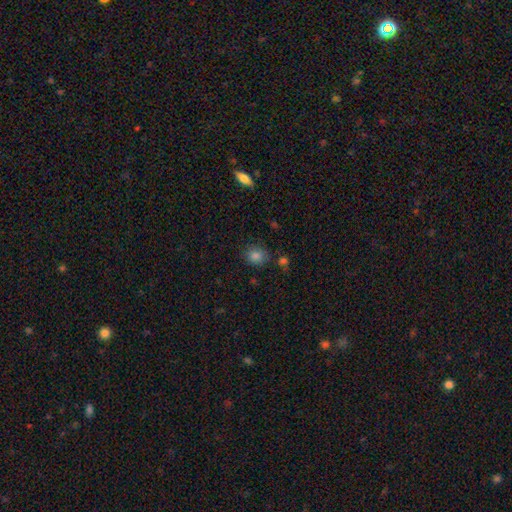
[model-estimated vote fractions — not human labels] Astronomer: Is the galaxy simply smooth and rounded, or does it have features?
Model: smooth — 83%.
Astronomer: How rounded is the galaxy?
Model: round — 67%.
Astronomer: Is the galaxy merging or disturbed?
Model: none — 79%.